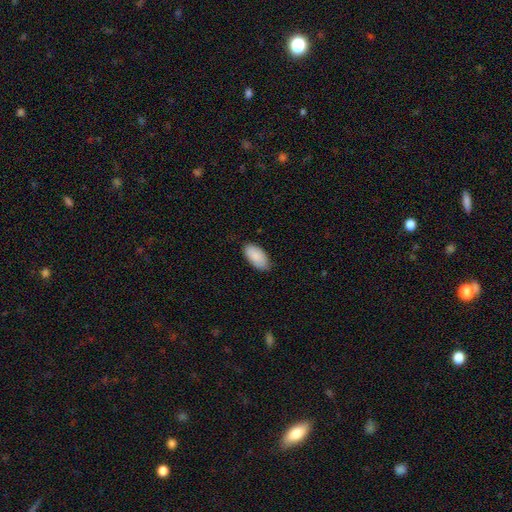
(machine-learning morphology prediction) A smooth galaxy with no disk features (89%) that is in between round and cigar-shaped (95%).

Vote fractions:
- Smooth or featured? smooth: 89% / star or artifact: 6% / featured or disk: 5%
- How rounded? in between: 95% / cigar-shaped: 3% / round: 2%
- Merging? none: 82% / minor disturbance: 15% / major disturbance: 2% / merger: 1%